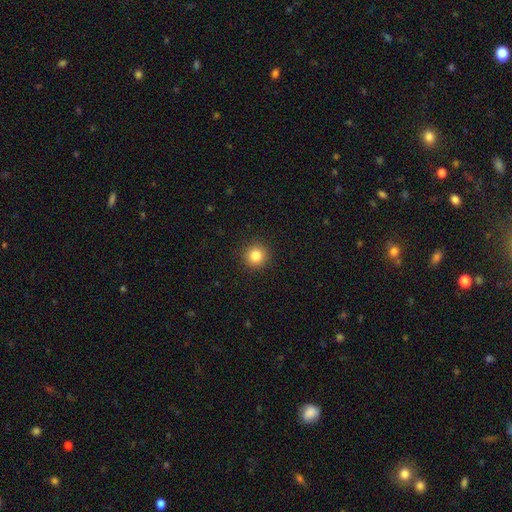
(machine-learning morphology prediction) Smooth or featured: smooth — 84% (star or artifact — 11%)
How rounded: round — 94% (in between — 5%)
Merging: none — 92% (minor disturbance — 5%)